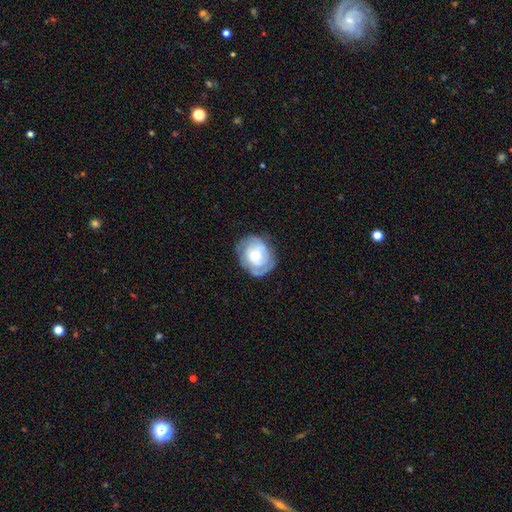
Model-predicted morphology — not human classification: Q: Smooth or featured?
A: featured or disk (71%); runner-up: smooth (23%)
Q: Edge-on disk?
A: no (97%); runner-up: yes (3%)
Q: Bar?
A: no (71%); runner-up: weak (24%)
Q: Spiral arms?
A: yes (87%); runner-up: no (13%)
Q: Spiral winding?
A: tight (65%); runner-up: medium (27%)
Q: Spiral arm count?
A: 2 (41%); runner-up: can't tell (32%)
Q: Bulge size?
A: moderate (49%); runner-up: small (27%)
Q: Merging?
A: none (72%); runner-up: minor disturbance (19%)